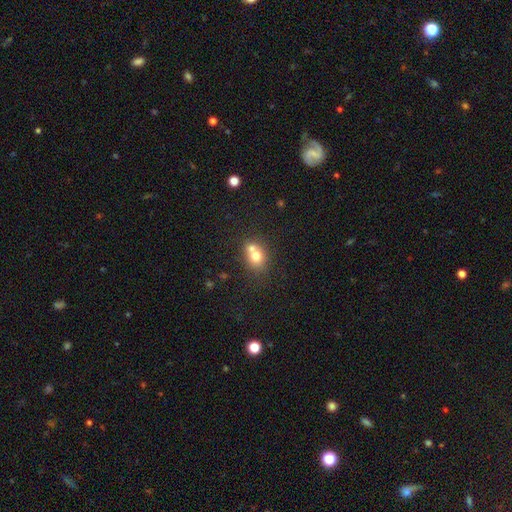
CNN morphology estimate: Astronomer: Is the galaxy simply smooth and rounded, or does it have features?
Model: smooth — 71%.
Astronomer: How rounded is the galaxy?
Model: round — 66%.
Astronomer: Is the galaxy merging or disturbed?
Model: merger — 53% (runner-up: none, 36%).